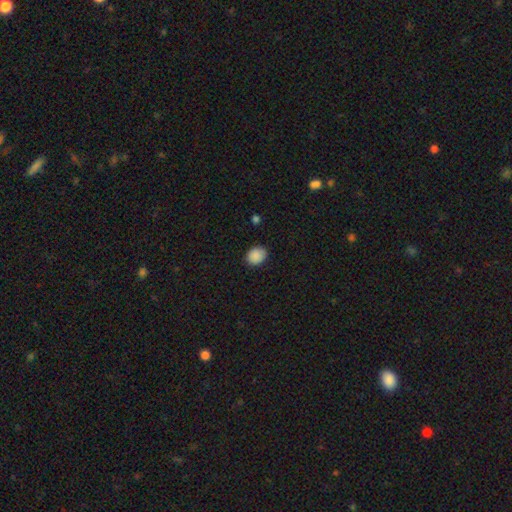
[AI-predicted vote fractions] A smooth galaxy with no disk features (88%) that is round (52%). Merging: none (86%).